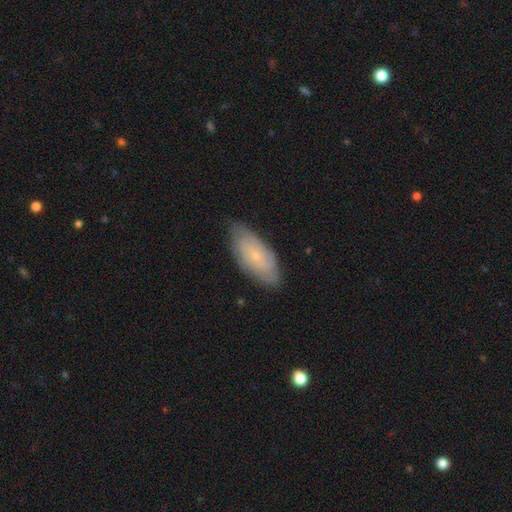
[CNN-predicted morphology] This is possibly a smooth galaxy (49%). Merging: likely none (77%).